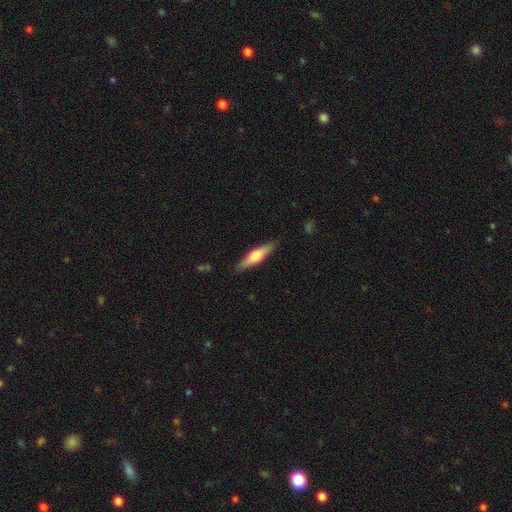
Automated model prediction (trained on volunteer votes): A smooth galaxy with no disk features (51%) that is cigar-shaped (75%). Merging: none (87%).